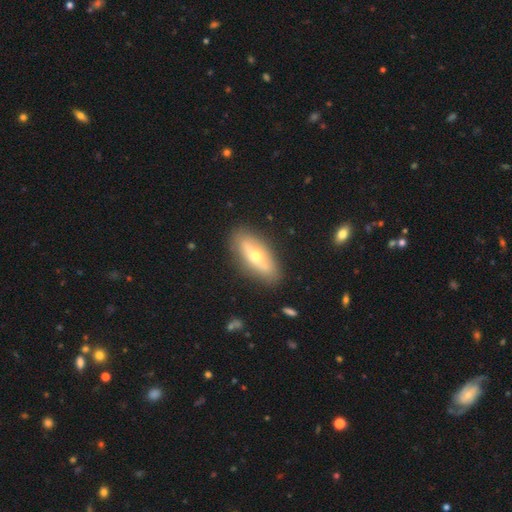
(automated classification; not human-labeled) Smooth or featured?
  - smooth: 49% *
  - featured or disk: 45%
  - star or artifact: 6%
Merging?
  - none: 84% *
  - minor disturbance: 11%
  - major disturbance: 3%
  - merger: 2%